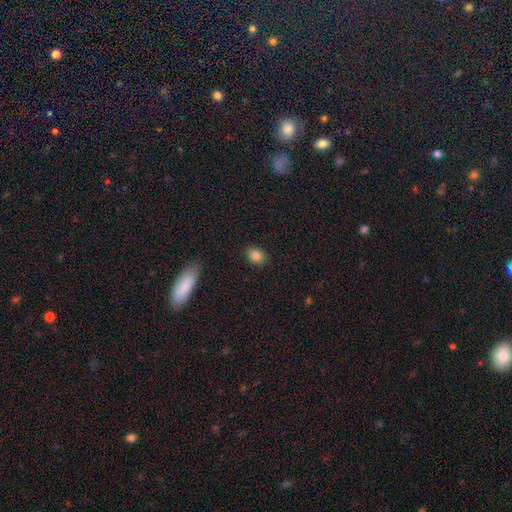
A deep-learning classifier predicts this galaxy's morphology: Smooth or featured? smooth (84%)
How rounded? in between (67%)
Merging? none (87%)